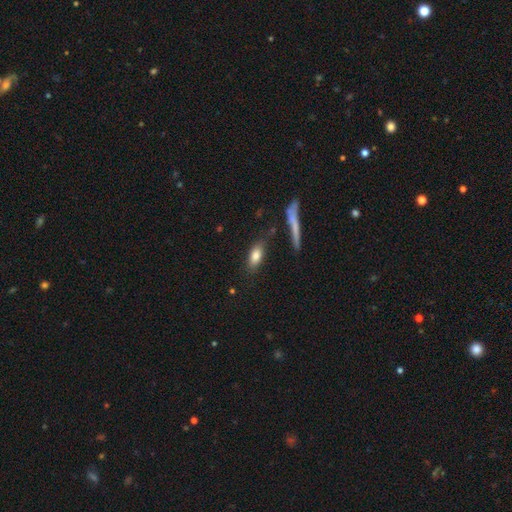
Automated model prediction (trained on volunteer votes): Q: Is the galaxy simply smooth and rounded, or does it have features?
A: smooth — 80%.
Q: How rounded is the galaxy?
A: in between — 79%.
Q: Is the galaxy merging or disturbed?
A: none — 78%.